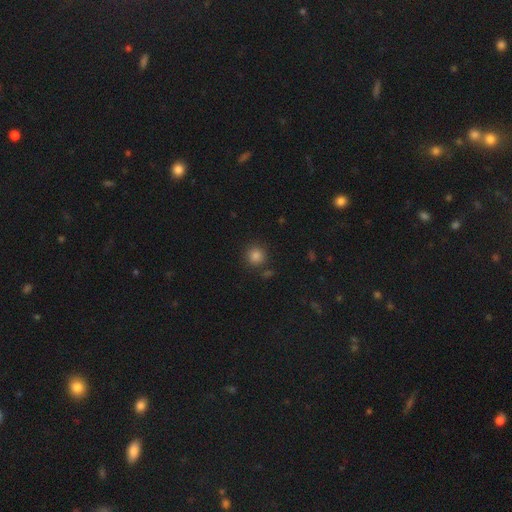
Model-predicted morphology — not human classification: Smooth or featured?
  - smooth: 84% *
  - star or artifact: 12%
  - featured or disk: 4%
How rounded?
  - round: 93% *
  - in between: 6%
  - cigar-shaped: 1%
Merging?
  - none: 84% *
  - minor disturbance: 8%
  - merger: 5%
  - major disturbance: 3%